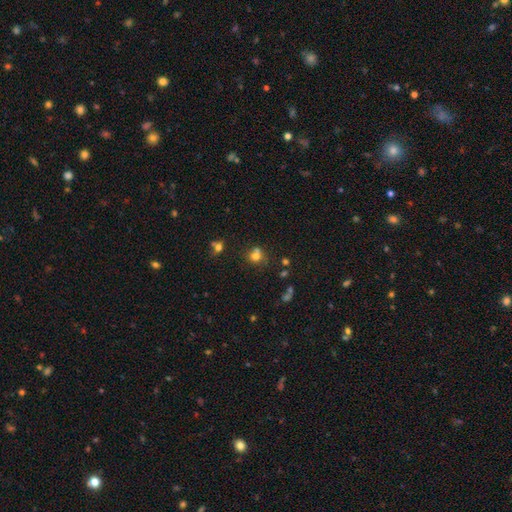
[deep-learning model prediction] The model was most divided on "merging": none: 48%, merger: 35%, minor disturbance: 11%, major disturbance: 5%. More confident: how rounded — round (80%); smooth or featured — smooth (71%).